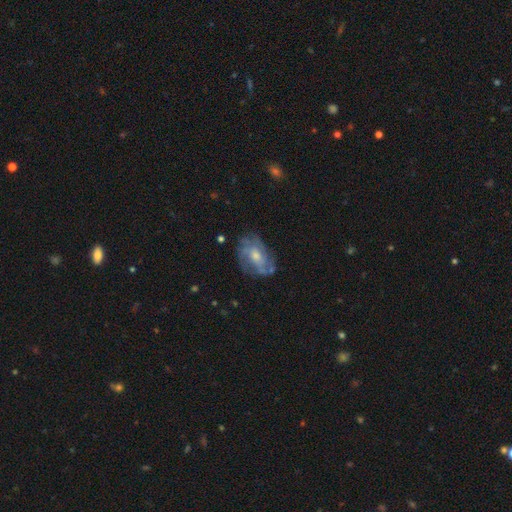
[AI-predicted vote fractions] smooth_or_featured: featured or disk (p=0.69) [alt: smooth p=0.22]
disk_edge_on: no (p=0.96) [alt: yes p=0.04]
bar: no (p=0.64) [alt: weak p=0.30]
has_spiral_arms: yes (p=0.78) [alt: no p=0.22]
spiral_winding: tight (p=0.42) [alt: medium p=0.39]
spiral_arm_count: can't tell (p=0.44) [alt: 3 p=0.19]
bulge_size: moderate (p=0.56) [alt: small p=0.35]
merging: none (p=0.67) [alt: minor disturbance p=0.20]